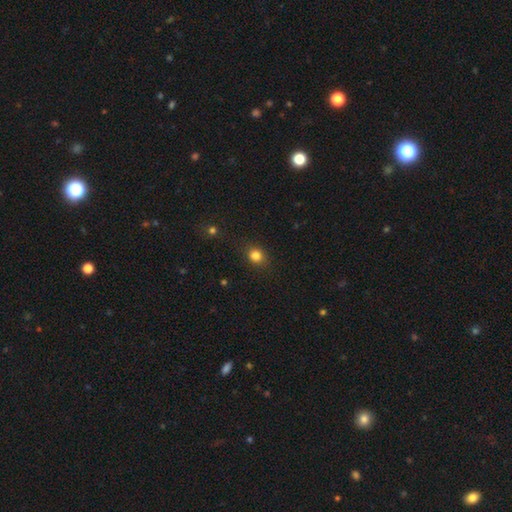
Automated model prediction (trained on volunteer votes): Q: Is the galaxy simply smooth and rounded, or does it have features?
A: smooth — 82%.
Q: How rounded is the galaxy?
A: round — 73%.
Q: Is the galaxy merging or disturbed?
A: none — 85%.